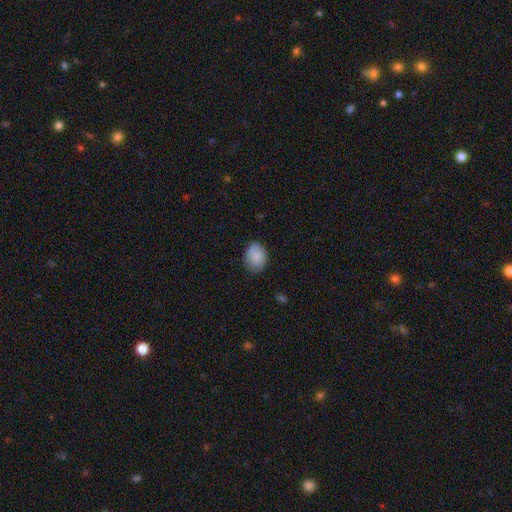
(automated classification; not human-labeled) smooth 87%, star or artifact 7%, featured or disk 6%. Down the decision tree: how rounded — in between (67%); merging — none (78%).